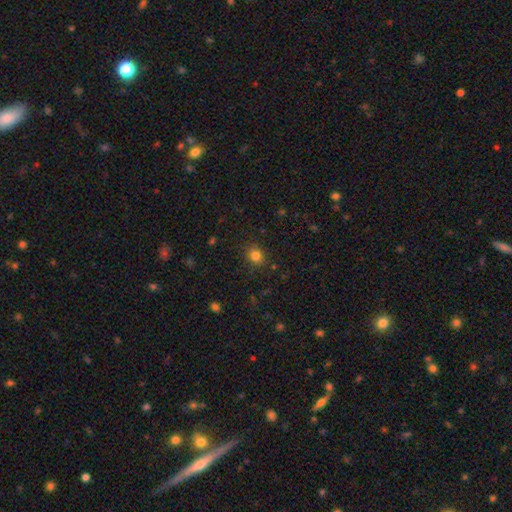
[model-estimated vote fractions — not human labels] Overall: smooth (82%). How rounded: round (64%; in between 35%). Merging: none (86%).